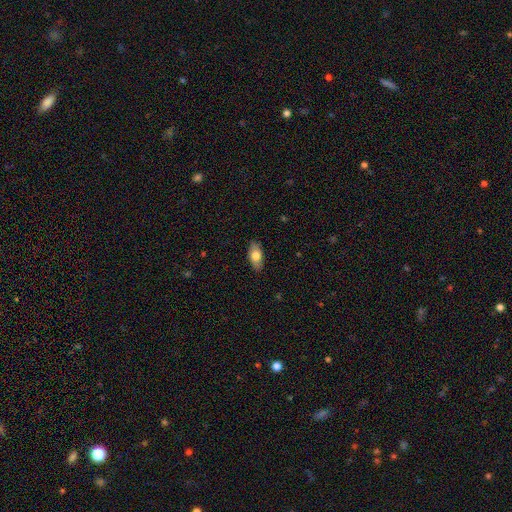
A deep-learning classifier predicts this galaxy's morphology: smooth-or-featured: smooth: 73% | featured or disk: 21% | star or artifact: 6%
  how-rounded: in between: 90% | cigar-shaped: 7% | round: 4%
  merging: none: 86% | minor disturbance: 11% | major disturbance: 2% | merger: 1%